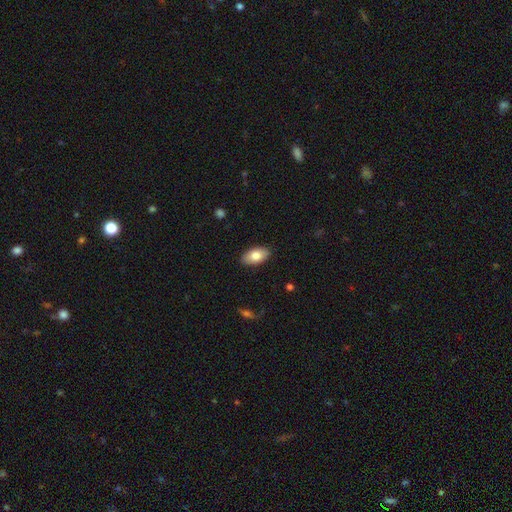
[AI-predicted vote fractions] Smooth or featured: smooth — 81% (featured or disk — 13%)
How rounded: in between — 94% (round — 3%)
Merging: none — 89% (minor disturbance — 9%)